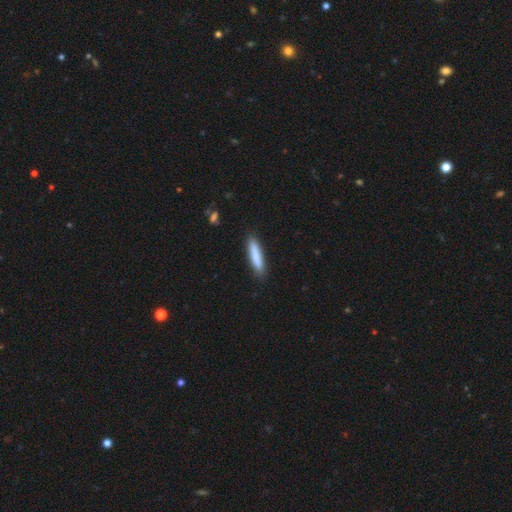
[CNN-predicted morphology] smooth_or_featured: smooth (p=0.84) [alt: featured or disk p=0.10]
how_rounded: cigar-shaped (p=0.87) [alt: in between p=0.12]
merging: none (p=0.88) [alt: minor disturbance p=0.09]